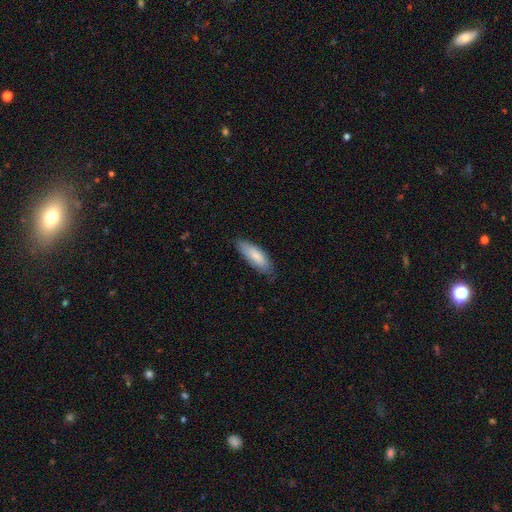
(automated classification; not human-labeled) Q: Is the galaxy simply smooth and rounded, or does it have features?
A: smooth — 81%.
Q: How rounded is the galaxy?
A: in between — 59%.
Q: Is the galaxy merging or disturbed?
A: none — 76%.